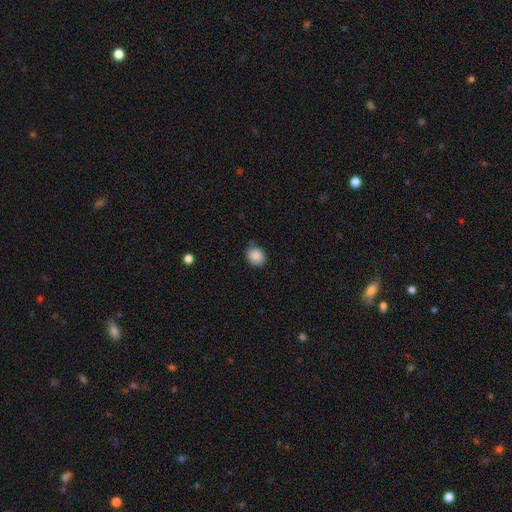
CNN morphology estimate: This appears to be a smooth galaxy with no disk features (88%) that is round (76%). Merging: none (78%).